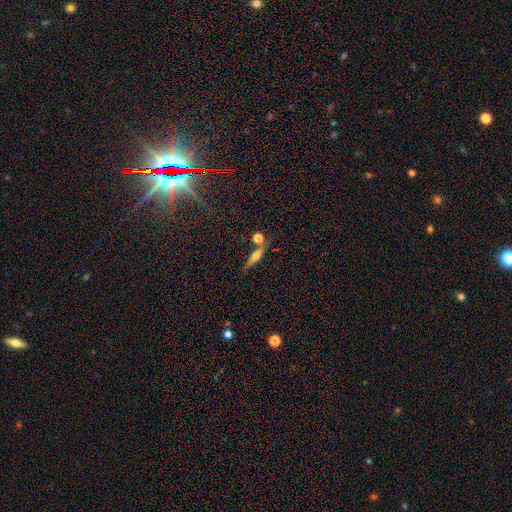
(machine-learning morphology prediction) smooth_or_featured: smooth (p=0.48) [alt: featured or disk p=0.40]
merging: none (p=0.66) [alt: merger p=0.15]